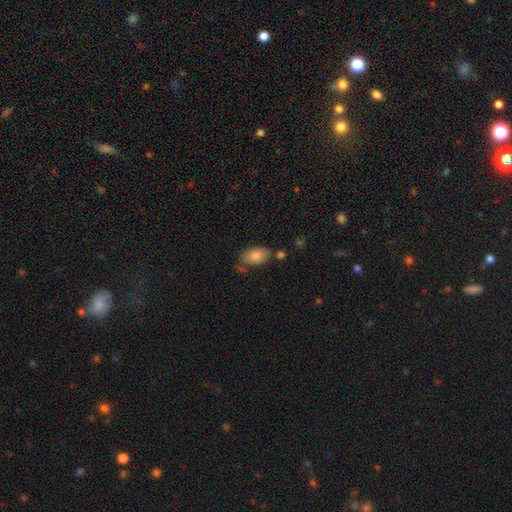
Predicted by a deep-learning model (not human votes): Smooth or featured? smooth (81%)
How rounded? in between (92%)
Merging? none (67%)